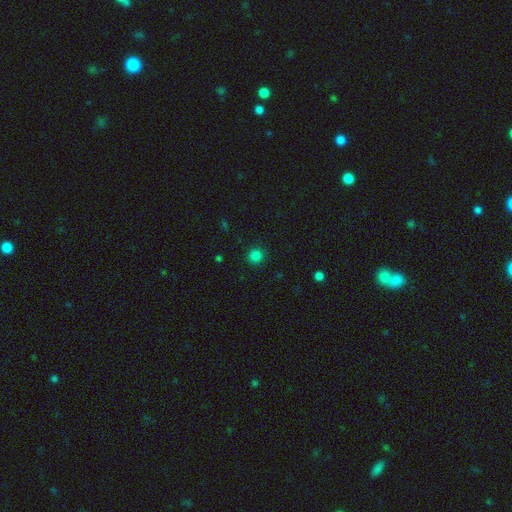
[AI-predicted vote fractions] Smooth or featured?
  - smooth: 82% *
  - star or artifact: 14%
  - featured or disk: 3%
How rounded?
  - round: 94% *
  - in between: 5%
  - cigar-shaped: 1%
Merging?
  - none: 91% *
  - minor disturbance: 6%
  - major disturbance: 2%
  - merger: 1%